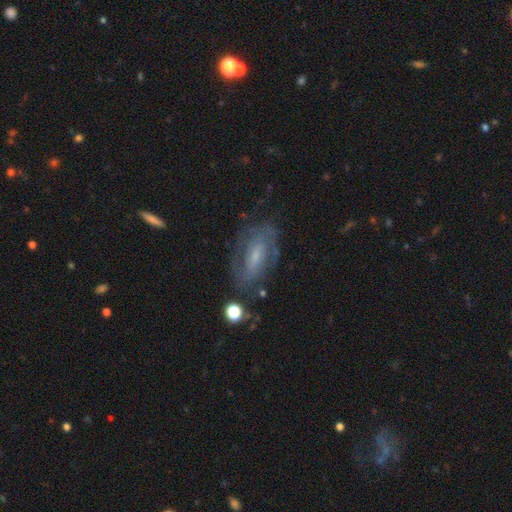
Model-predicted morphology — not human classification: This appears to be a featured or disk galaxy (73%) with a weak bar (44%), 2 (56%) tight (45%) spiral arms (85%) and a small central bulge (59%). Merging: none (71%).